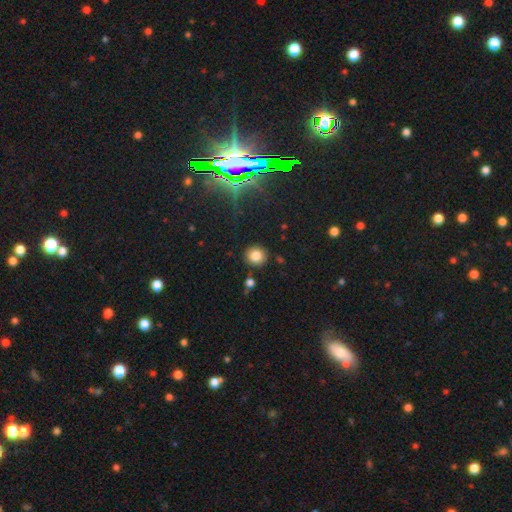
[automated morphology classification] The model was most divided on "smooth or featured": smooth: 80%, star or artifact: 14%, featured or disk: 6%. More confident: how rounded — round (91%); merging — none (88%).